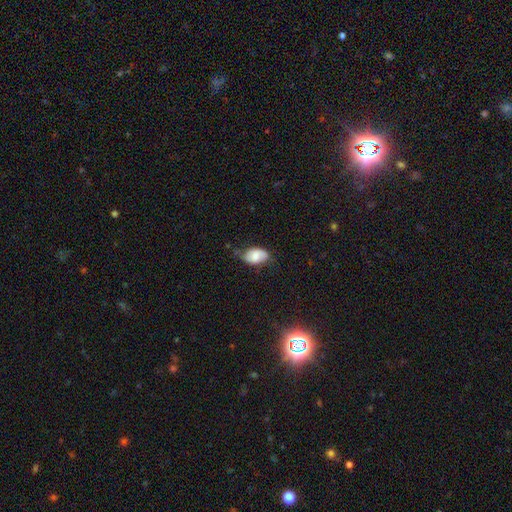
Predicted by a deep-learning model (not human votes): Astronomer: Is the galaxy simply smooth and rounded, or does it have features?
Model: smooth — 67%.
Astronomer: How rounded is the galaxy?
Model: in between — 90%.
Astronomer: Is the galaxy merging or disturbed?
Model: none — 59%.